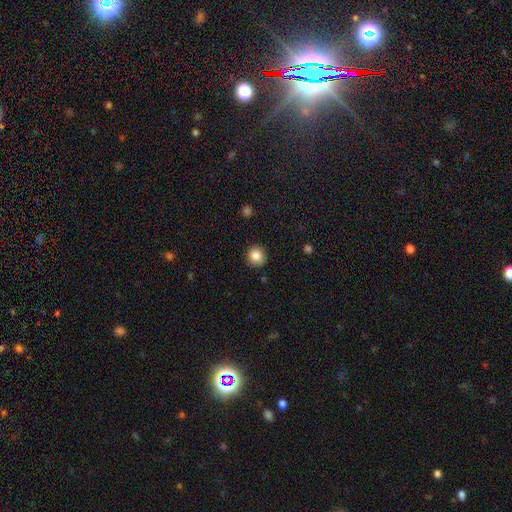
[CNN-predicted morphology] This is clearly a smooth galaxy (84%). How rounded: clearly round (89%). Merging: clearly none (89%).